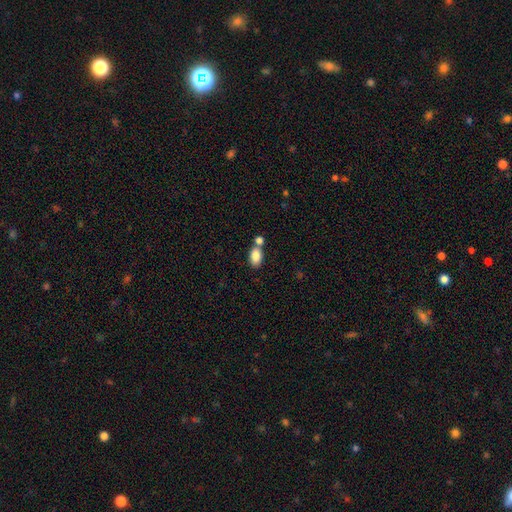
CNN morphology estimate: The model was most divided on "merging": none: 53%, merger: 33%, minor disturbance: 10%, major disturbance: 3%. More confident: how rounded — in between (88%); smooth or featured — smooth (84%).